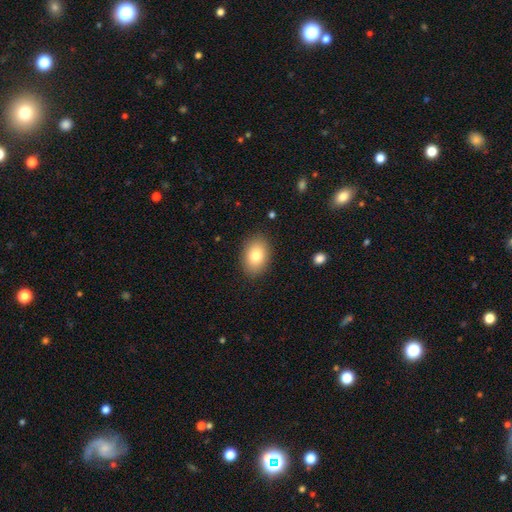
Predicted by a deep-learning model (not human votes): The model was most divided on "how rounded": in between: 79%, round: 20%, cigar-shaped: 1%. More confident: merging — none (88%); smooth or featured — smooth (80%).